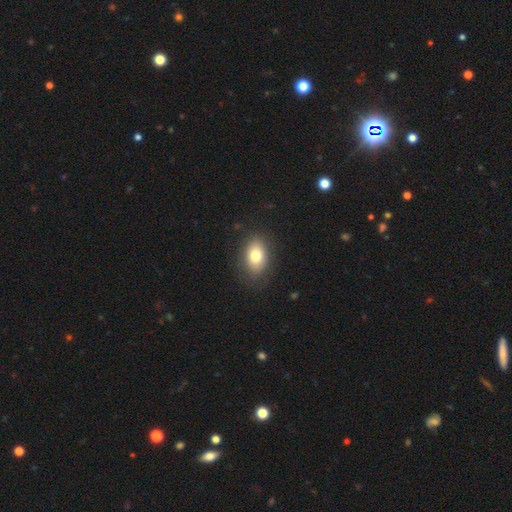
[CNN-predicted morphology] Overall: smooth (79%). How rounded: in between (83%). Merging: none (84%).